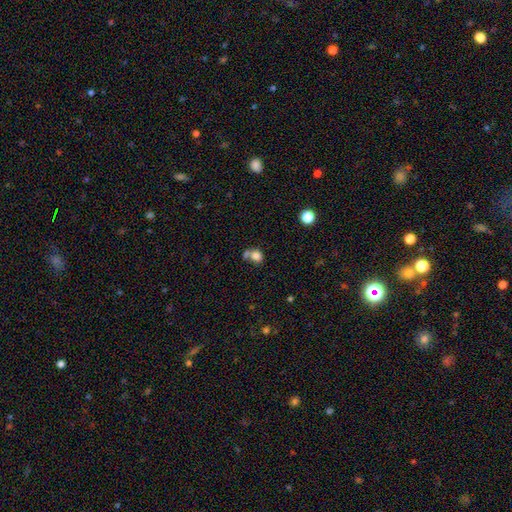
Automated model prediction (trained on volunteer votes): Smooth or featured: smooth — 80% (star or artifact — 11%)
How rounded: round — 58% (in between — 41%)
Merging: none — 41% (merger — 39%)